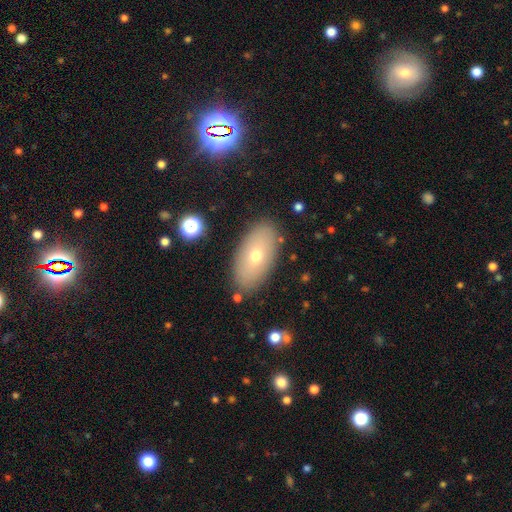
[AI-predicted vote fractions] Smooth or featured? Predicted: smooth (p=0.64). How rounded? Predicted: in between (p=0.92). Merging? Predicted: none (p=0.85).